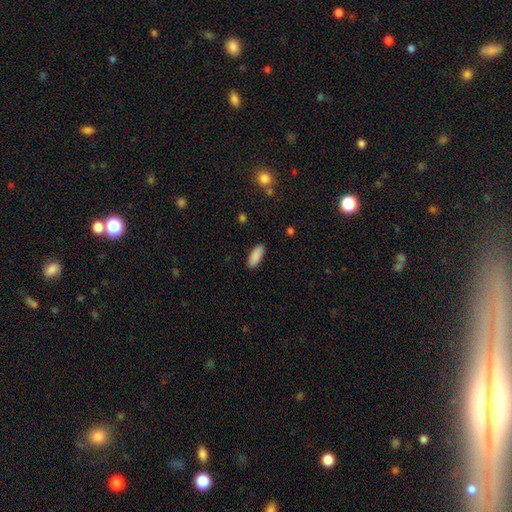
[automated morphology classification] smooth-or-featured: smooth: 89% | star or artifact: 6% | featured or disk: 4%
  how-rounded: in between: 80% | cigar-shaped: 18% | round: 2%
  merging: none: 89% | minor disturbance: 8% | major disturbance: 2% | merger: 1%